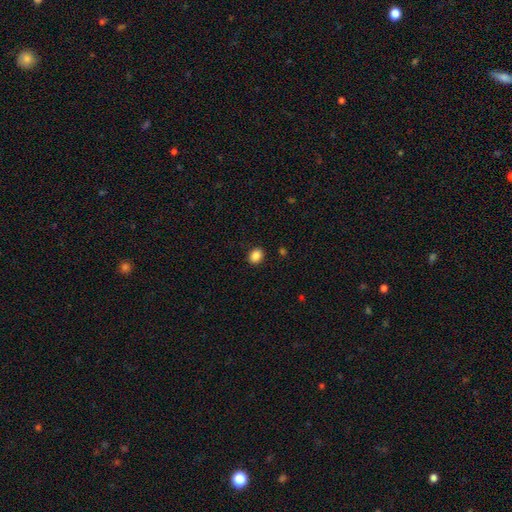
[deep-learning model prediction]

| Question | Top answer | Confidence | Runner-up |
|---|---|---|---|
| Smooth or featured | smooth | 87% | star or artifact (9%) |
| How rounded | in between | 50% | round (49%) |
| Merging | none | 90% | minor disturbance (7%) |